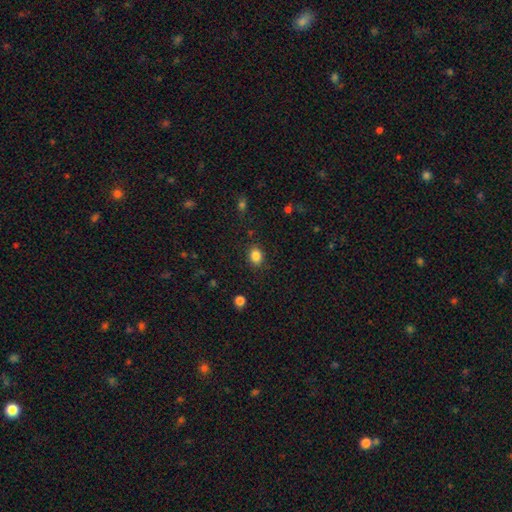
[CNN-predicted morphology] type=smooth (85%); roundness=round (53%); merging=none (86%).